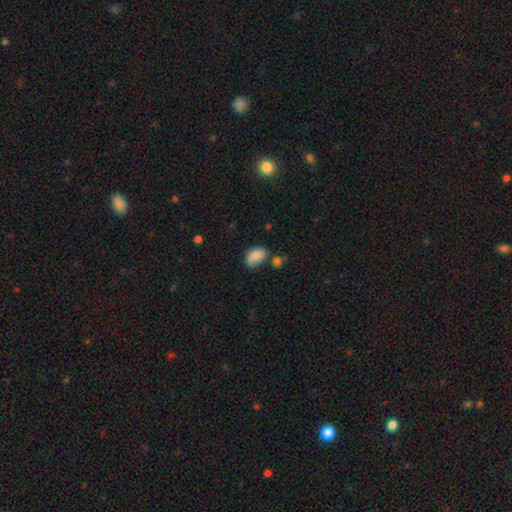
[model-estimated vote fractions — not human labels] Smooth or featured?
  - smooth: 78% *
  - featured or disk: 13%
  - star or artifact: 9%
How rounded?
  - in between: 83% *
  - round: 15%
  - cigar-shaped: 1%
Merging?
  - none: 44% *
  - minor disturbance: 33%
  - major disturbance: 12%
  - merger: 11%